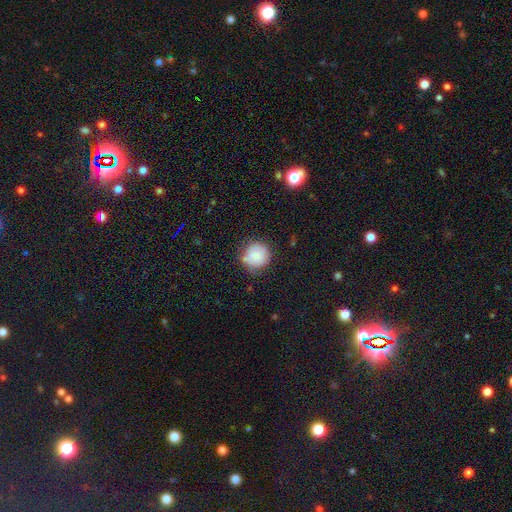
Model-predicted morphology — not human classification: smooth_or_featured: smooth (p=0.81) [alt: featured or disk p=0.10]
how_rounded: round (p=0.91) [alt: in between p=0.08]
merging: none (p=0.66) [alt: minor disturbance p=0.24]